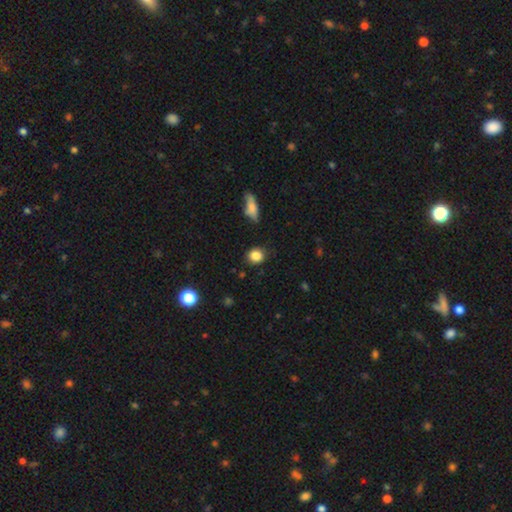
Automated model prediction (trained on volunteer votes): smooth 85%, star or artifact 10%, featured or disk 5%. Down the decision tree: how rounded — round (78%); merging — none (84%).